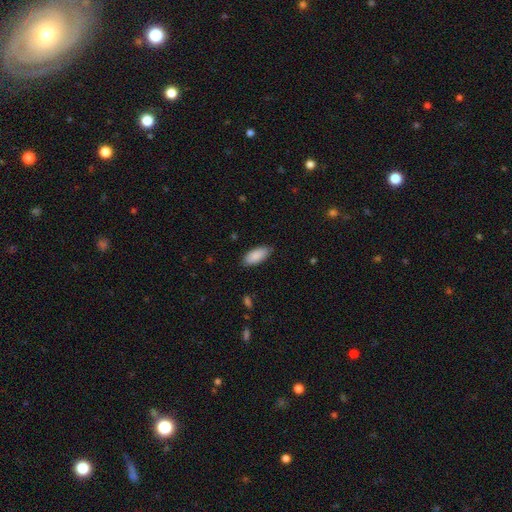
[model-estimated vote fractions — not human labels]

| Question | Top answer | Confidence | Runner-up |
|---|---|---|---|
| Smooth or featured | smooth | 88% | star or artifact (6%) |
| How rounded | in between | 88% | cigar-shaped (10%) |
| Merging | none | 84% | minor disturbance (13%) |